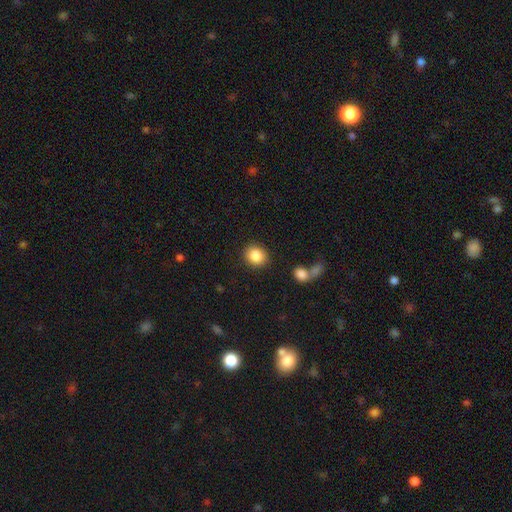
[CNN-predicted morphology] Smooth or featured? Predicted: smooth (p=0.86). How rounded? Predicted: round (p=0.75). Merging? Predicted: none (p=0.87).